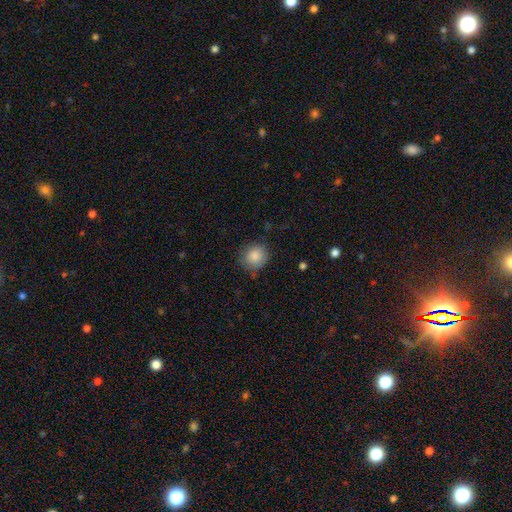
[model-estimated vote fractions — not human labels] smooth_or_featured: smooth (p=0.87) [alt: star or artifact p=0.08]
how_rounded: round (p=0.84) [alt: in between p=0.15]
merging: none (p=0.80) [alt: minor disturbance p=0.15]